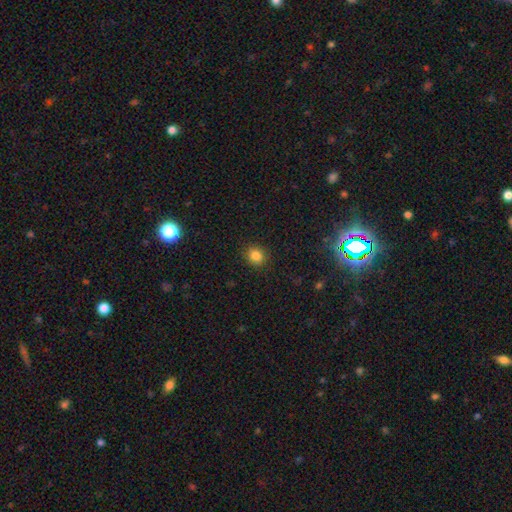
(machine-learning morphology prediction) This appears to be a smooth galaxy with no disk features (84%) that is round (76%). Merging: none (89%).